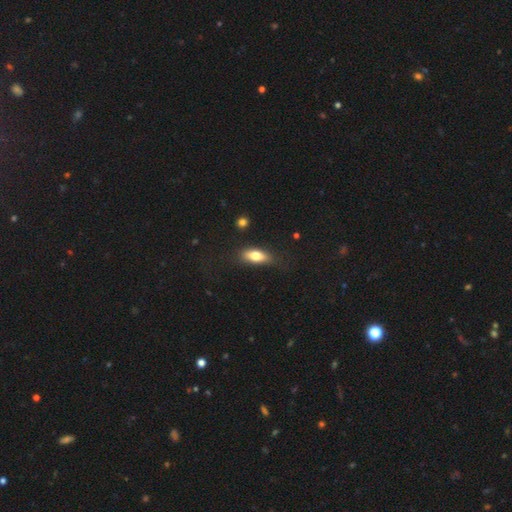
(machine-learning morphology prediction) Q: Smooth or featured?
A: smooth (73%); runner-up: featured or disk (20%)
Q: How rounded?
A: in between (77%); runner-up: cigar-shaped (19%)
Q: Merging?
A: none (74%); runner-up: minor disturbance (18%)